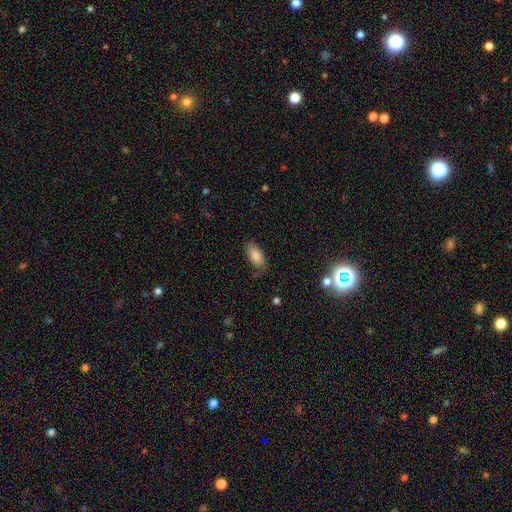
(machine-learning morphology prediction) Overall: smooth (85%). How rounded: in between (92%). Merging: none (74%).